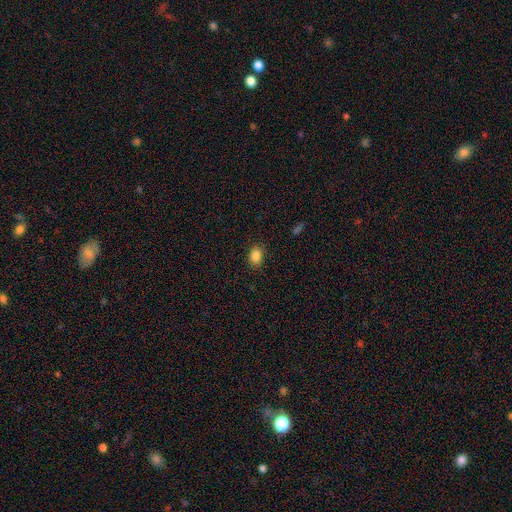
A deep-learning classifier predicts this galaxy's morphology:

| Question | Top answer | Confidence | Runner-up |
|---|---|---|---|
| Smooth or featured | smooth | 86% | star or artifact (10%) |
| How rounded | in between | 69% | round (30%) |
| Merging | none | 86% | minor disturbance (10%) |